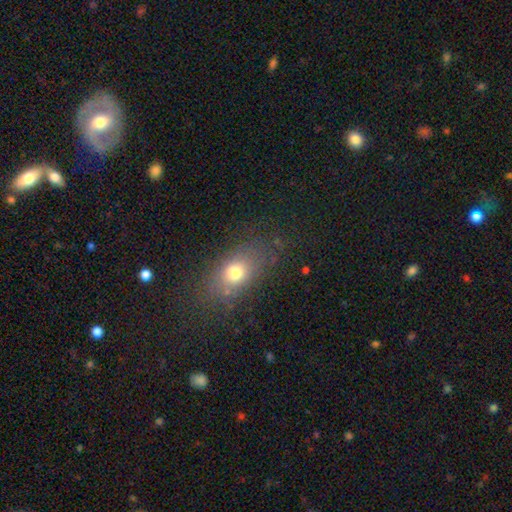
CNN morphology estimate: A smooth galaxy with no disk features (61%) that is in between round and cigar-shaped (69%).

Vote fractions:
- Smooth or featured? smooth: 61% / star or artifact: 21% / featured or disk: 18%
- How rounded? in between: 69% / round: 24% / cigar-shaped: 7%
- Merging? none: 80% / minor disturbance: 13% / major disturbance: 5% / merger: 2%